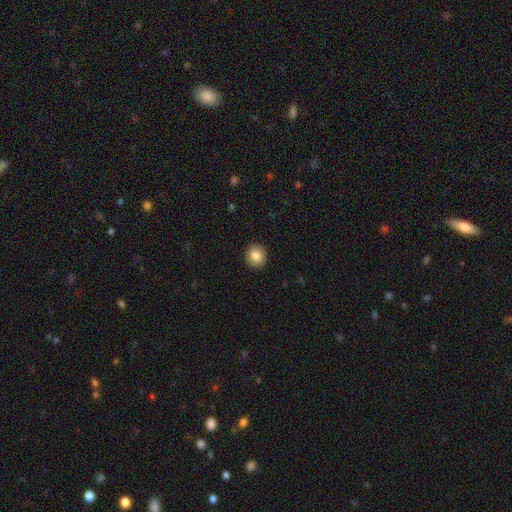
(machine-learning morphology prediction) This is clearly a smooth galaxy (83%). How rounded: clearly round (88%). Merging: clearly none (92%).